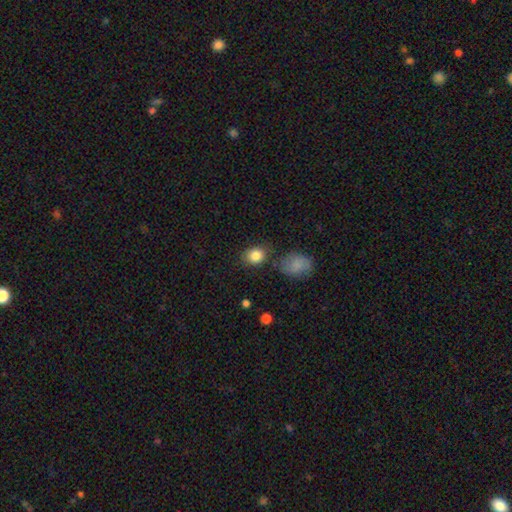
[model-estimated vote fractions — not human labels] smooth 85%, star or artifact 9%, featured or disk 6%. Down the decision tree: how rounded — round (54%); merging — none (76%).